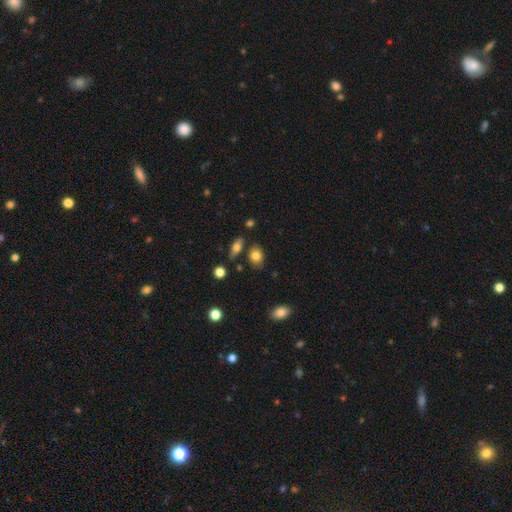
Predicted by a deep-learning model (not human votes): Smooth or featured?
  - smooth: 79% *
  - featured or disk: 12%
  - star or artifact: 9%
How rounded?
  - in between: 67% *
  - round: 30%
  - cigar-shaped: 3%
Merging?
  - none: 76% *
  - minor disturbance: 14%
  - merger: 7%
  - major disturbance: 3%